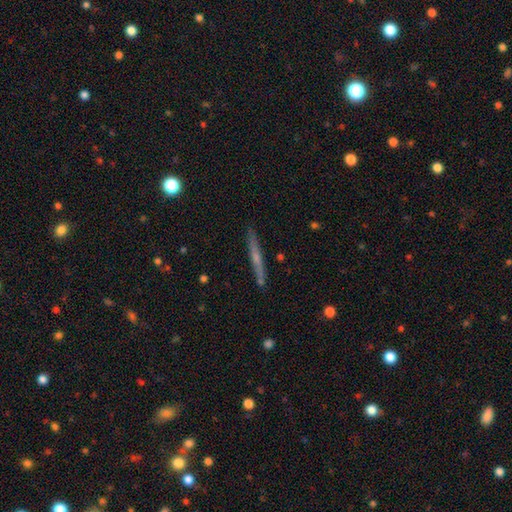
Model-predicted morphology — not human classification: This is possibly a featured or disk galaxy (57%). It is clearly viewed edge-on (96%). Edge-on bulge: possibly none (51%). Merging: clearly none (88%).